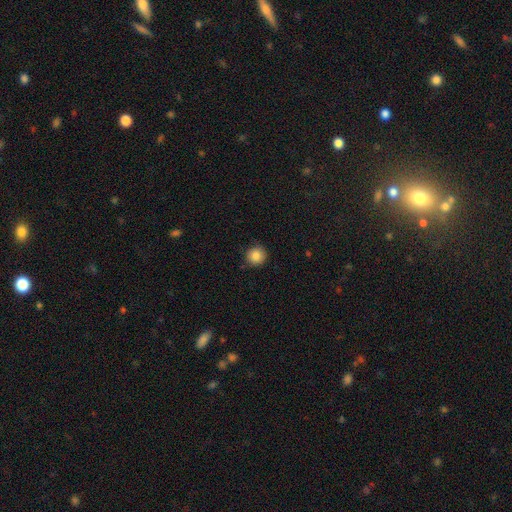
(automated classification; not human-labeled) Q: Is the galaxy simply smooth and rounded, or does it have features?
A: smooth — 86%.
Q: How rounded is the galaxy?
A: round — 93%.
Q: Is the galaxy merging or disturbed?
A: none — 87%.